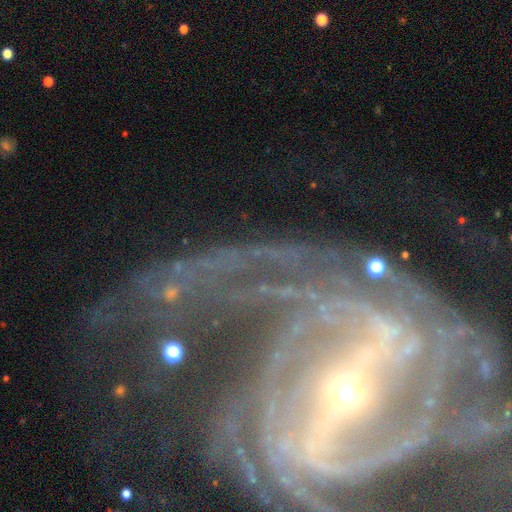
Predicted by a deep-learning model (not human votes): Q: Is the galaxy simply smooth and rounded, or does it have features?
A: featured or disk — 89%.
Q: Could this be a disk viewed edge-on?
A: no — 96%.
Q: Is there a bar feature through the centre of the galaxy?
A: strong — 71%.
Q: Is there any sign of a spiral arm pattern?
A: yes — 96%.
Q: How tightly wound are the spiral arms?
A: tight — 46%.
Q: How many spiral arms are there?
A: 2 — 30%.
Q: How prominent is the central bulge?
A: small — 80%.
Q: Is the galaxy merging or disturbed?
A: none — 55%.